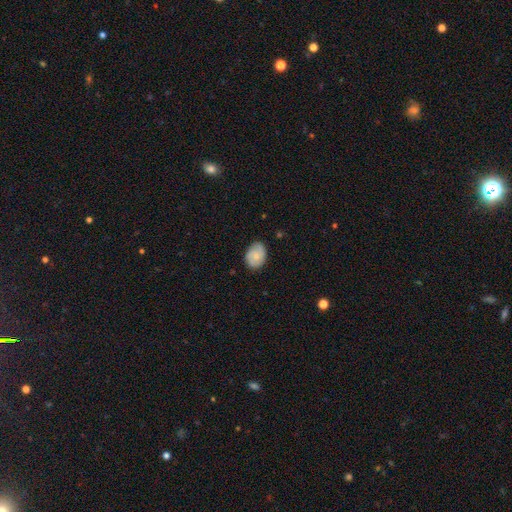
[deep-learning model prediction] smooth_or_featured: smooth (p=0.66) [alt: featured or disk p=0.27]
how_rounded: in between (p=0.70) [alt: round p=0.29]
merging: none (p=0.76) [alt: minor disturbance p=0.20]